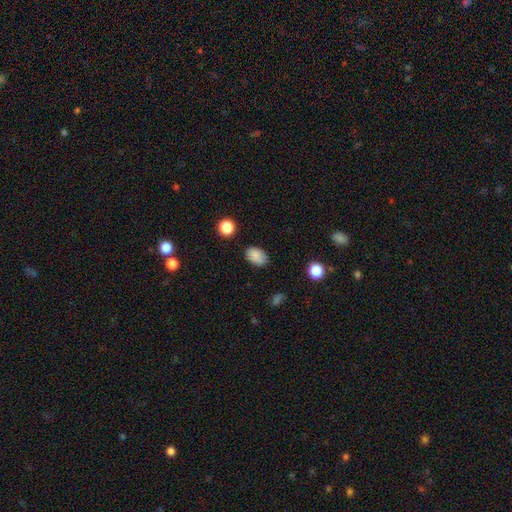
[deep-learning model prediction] smooth 87%, star or artifact 9%, featured or disk 4%. Down the decision tree: how rounded — in between (86%); merging — none (82%).